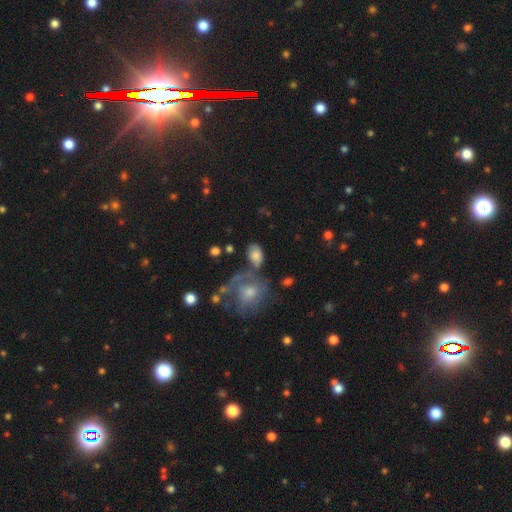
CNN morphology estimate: A smooth galaxy with no disk features (74%) that is in between round and cigar-shaped (81%). Merging: none (51%).